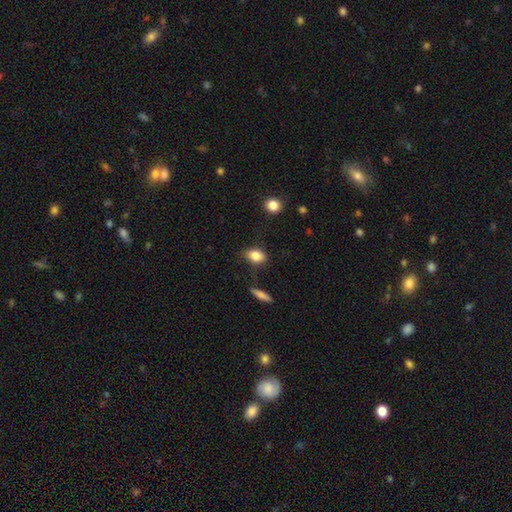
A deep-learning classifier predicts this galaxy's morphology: type=smooth (84%); roundness=in between (79%); merging=none (72%).